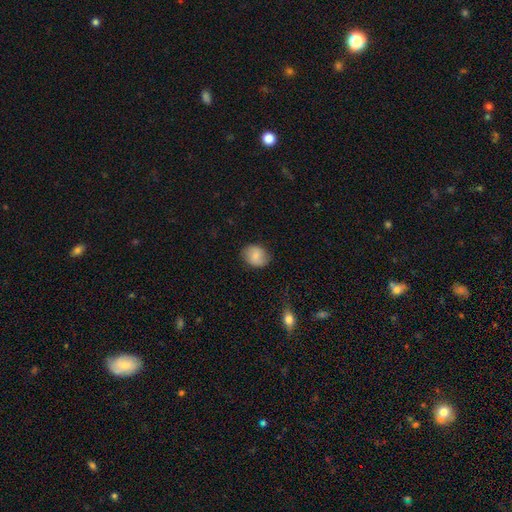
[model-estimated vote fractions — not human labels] smooth_or_featured: smooth (p=0.73) [alt: featured or disk p=0.20]
how_rounded: round (p=0.50) [alt: in between p=0.49]
merging: none (p=0.80) [alt: minor disturbance p=0.16]